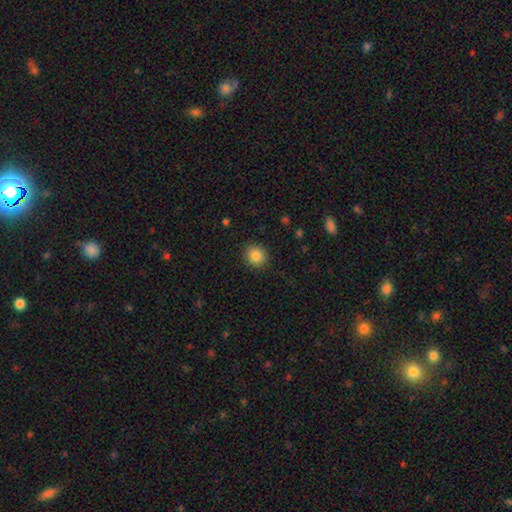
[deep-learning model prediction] This appears to be a smooth galaxy with no disk features (85%) that is round (86%). Merging: none (91%).